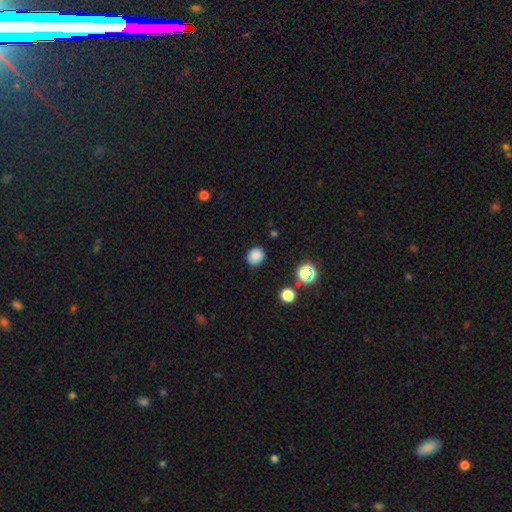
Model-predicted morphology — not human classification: smooth-or-featured: smooth: 84% | star or artifact: 13% | featured or disk: 4%
  how-rounded: round: 75% | in between: 24% | cigar-shaped: 1%
  merging: none: 86% | minor disturbance: 10% | major disturbance: 2% | merger: 2%